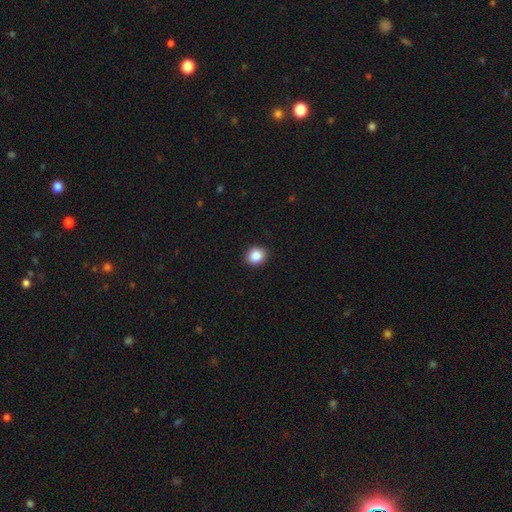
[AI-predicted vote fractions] Overall: smooth (87%). How rounded: round (69%; in between 30%). Merging: none (90%).